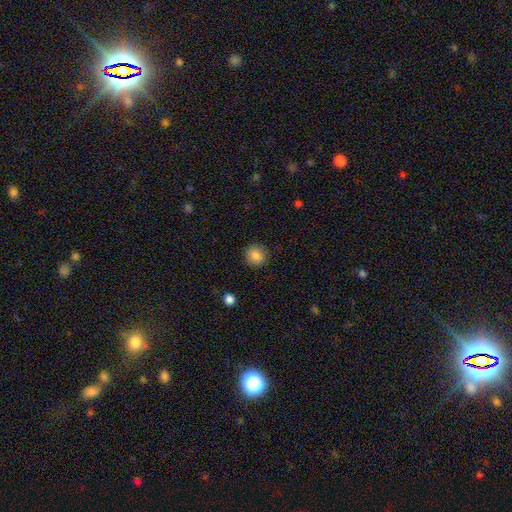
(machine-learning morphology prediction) A smooth galaxy with no disk features (86%) that is round (91%).

Vote fractions:
- Smooth or featured? smooth: 86% / star or artifact: 9% / featured or disk: 5%
- How rounded? round: 91% / in between: 9% / cigar-shaped: 1%
- Merging? none: 90% / minor disturbance: 7% / major disturbance: 2% / merger: 1%